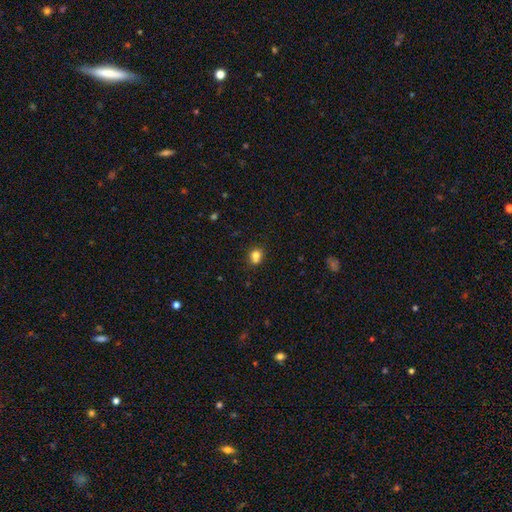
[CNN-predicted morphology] Smooth or featured? Predicted: smooth (p=0.77). How rounded? Predicted: round (p=0.69). Merging? Predicted: none (p=0.53).